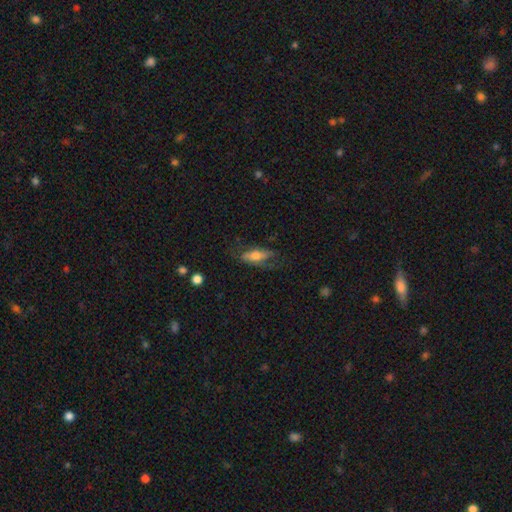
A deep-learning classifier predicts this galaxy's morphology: smooth_or_featured: smooth (p=0.56) [alt: featured or disk p=0.37]
how_rounded: in between (p=0.66) [alt: cigar-shaped p=0.31]
merging: none (p=0.53) [alt: minor disturbance p=0.25]